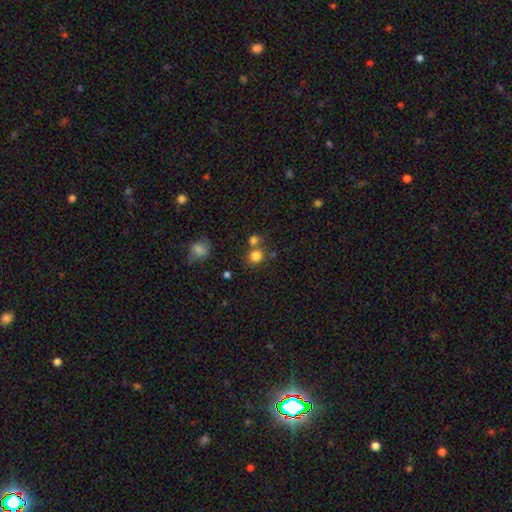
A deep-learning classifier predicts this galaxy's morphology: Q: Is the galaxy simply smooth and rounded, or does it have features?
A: smooth — 81%.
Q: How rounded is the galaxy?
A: round — 80%.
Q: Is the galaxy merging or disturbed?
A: none — 62%.